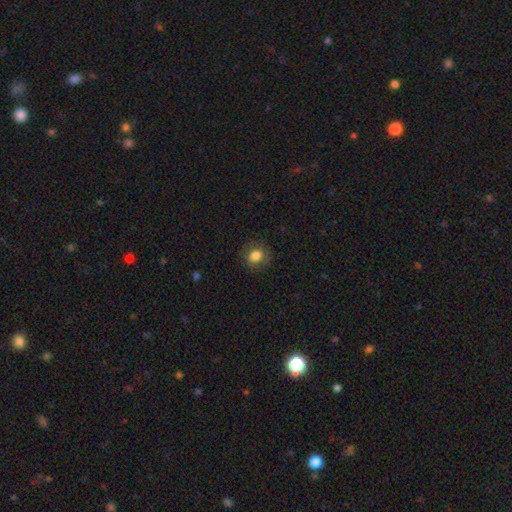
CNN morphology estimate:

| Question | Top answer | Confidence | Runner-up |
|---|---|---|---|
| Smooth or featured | smooth | 81% | star or artifact (10%) |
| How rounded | round | 69% | in between (30%) |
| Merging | none | 85% | minor disturbance (10%) |